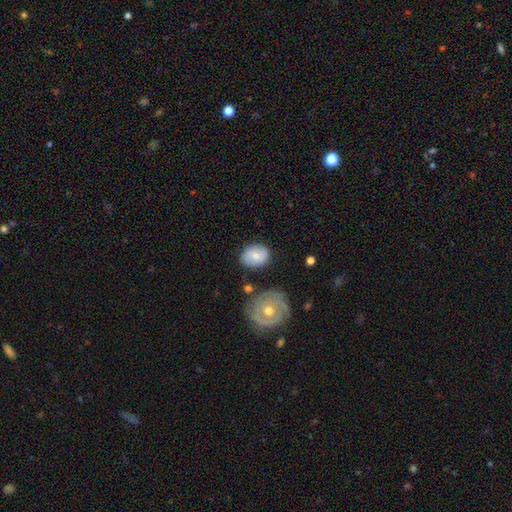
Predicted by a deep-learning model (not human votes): Morphology: type=smooth (63%); roundness=in between (56%); merging=none (76%).